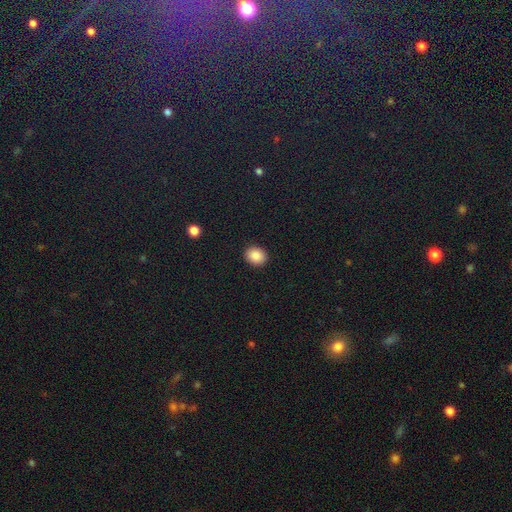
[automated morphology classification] smooth-or-featured: smooth: 88% | star or artifact: 9% | featured or disk: 4%
  how-rounded: round: 61% | in between: 39% | cigar-shaped: 1%
  merging: none: 91% | minor disturbance: 6% | major disturbance: 2% | merger: 1%